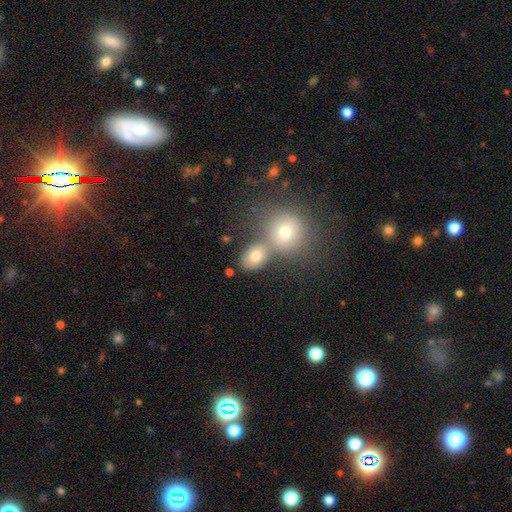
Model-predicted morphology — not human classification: type=smooth (74%); roundness=in between (60%); merging=none (57%).